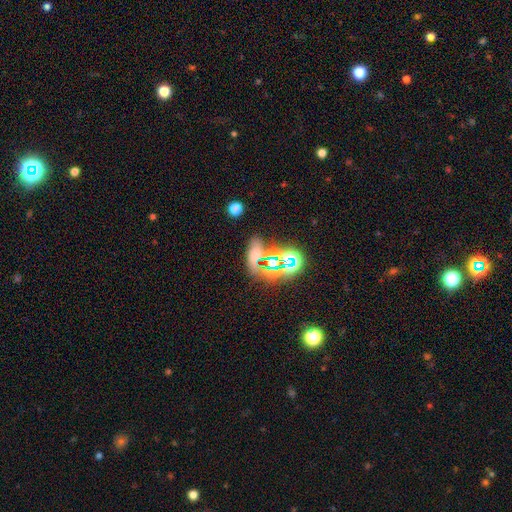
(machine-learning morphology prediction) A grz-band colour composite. It shows a smooth galaxy with no disk features (44%). Merging: none (62%).